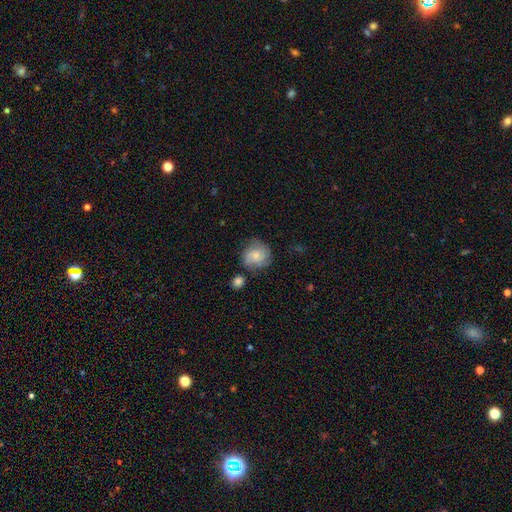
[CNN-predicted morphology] type=featured or disk (54%); edge-on=no (98%); bar=no (76%); spiral arms=yes (89%); bulge=small (52%); merging=none (66%).